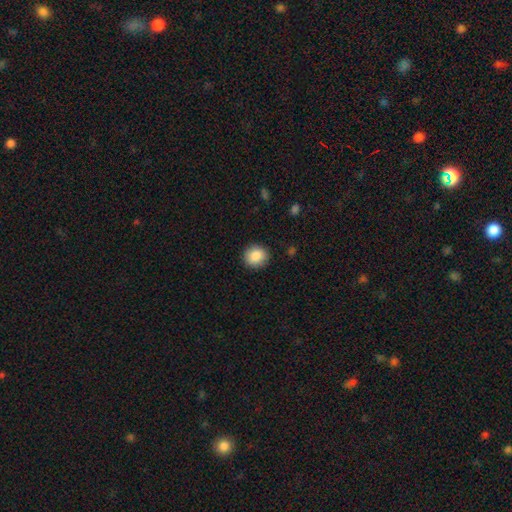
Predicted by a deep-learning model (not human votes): A smooth galaxy with no disk features (87%) that is round (84%). Merging: none (89%).